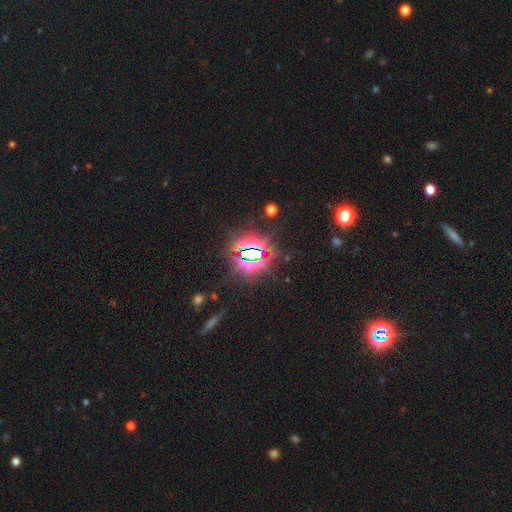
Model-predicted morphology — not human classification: Overall: star or artifact (83%).